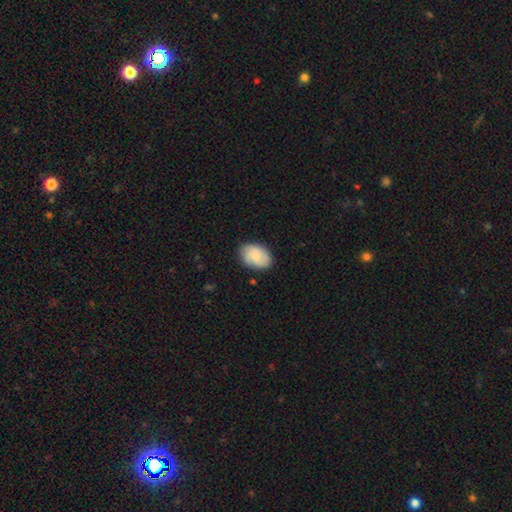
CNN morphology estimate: Smooth or featured: smooth — 64% (featured or disk — 28%)
How rounded: in between — 79% (round — 20%)
Merging: none — 80% (minor disturbance — 16%)